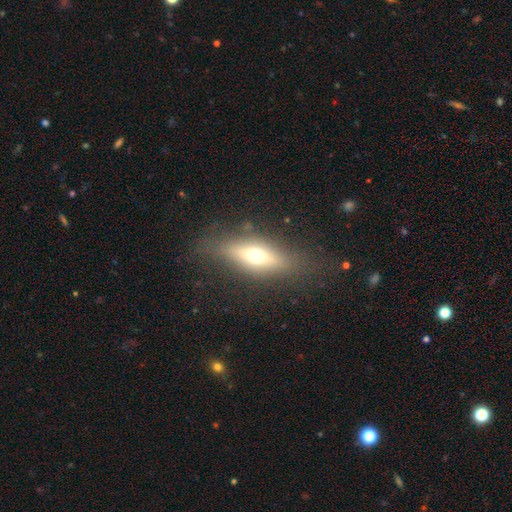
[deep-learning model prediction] Q: Smooth or featured?
A: smooth (48%); runner-up: featured or disk (43%)
Q: Merging?
A: none (80%); runner-up: minor disturbance (13%)